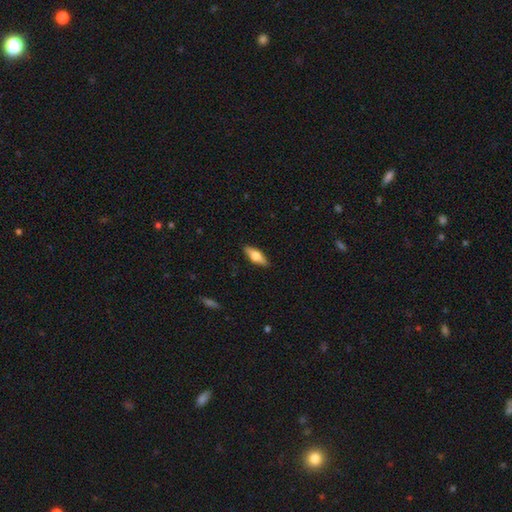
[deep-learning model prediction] smooth_or_featured: smooth (p=0.53) [alt: featured or disk p=0.41]
how_rounded: in between (p=0.62) [alt: cigar-shaped p=0.35]
merging: none (p=0.88) [alt: minor disturbance p=0.09]